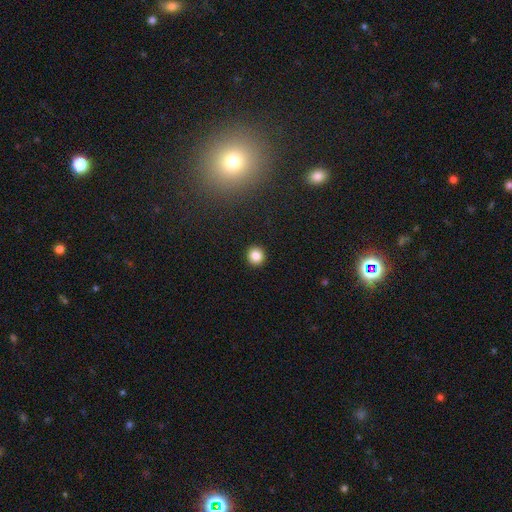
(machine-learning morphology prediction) Overall: smooth (85%). How rounded: round (93%). Merging: none (93%).